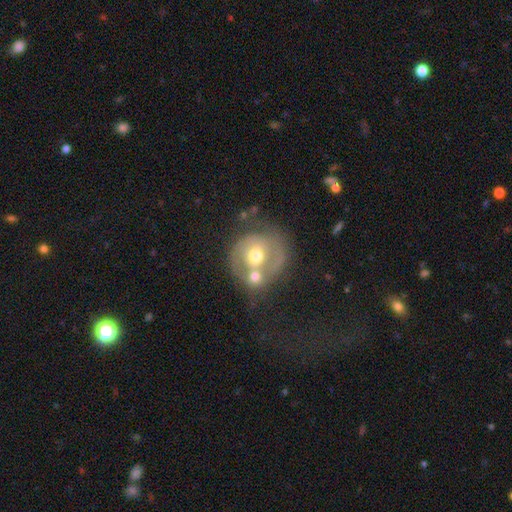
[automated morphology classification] A featured or disk galaxy (55%) with no bar (73%), no spiral arms (60%) and a moderate central bulge (74%). Merging: merger (47%).